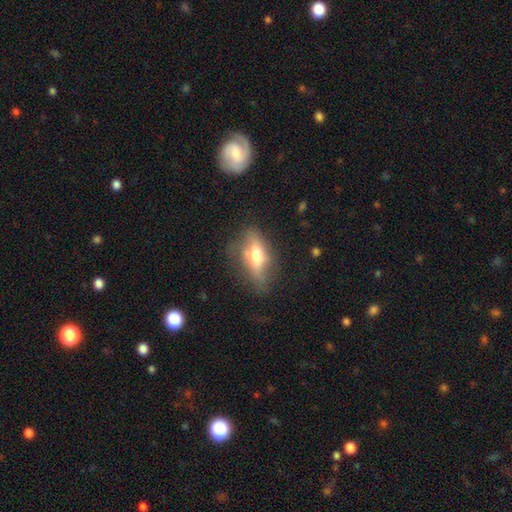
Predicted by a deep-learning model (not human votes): Smooth or featured: smooth — 49% (featured or disk — 43%)
Merging: none — 60% (minor disturbance — 25%)